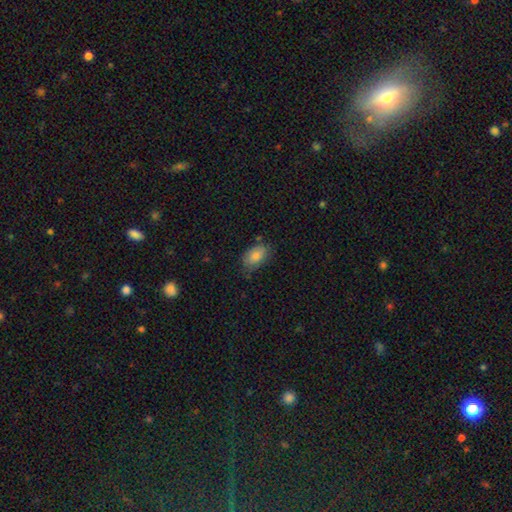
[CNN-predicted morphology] Smooth or featured? Predicted: smooth (p=0.82). How rounded? Predicted: in between (p=0.89). Merging? Predicted: none (p=0.72).